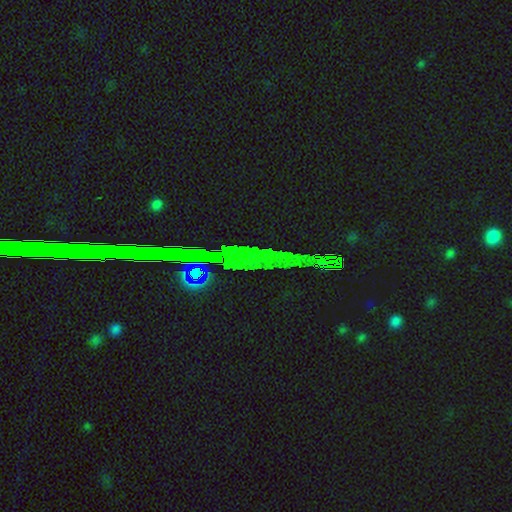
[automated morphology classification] This appears to be a star or artifact, not a galaxy (81%).